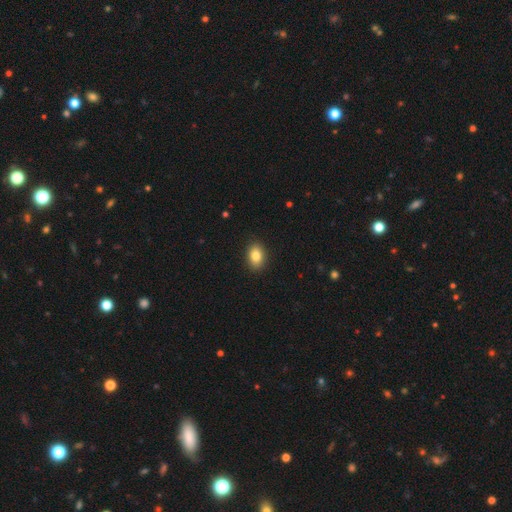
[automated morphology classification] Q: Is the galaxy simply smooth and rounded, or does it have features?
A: smooth — 84%.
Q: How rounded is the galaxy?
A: in between — 80%.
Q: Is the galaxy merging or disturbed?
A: none — 90%.